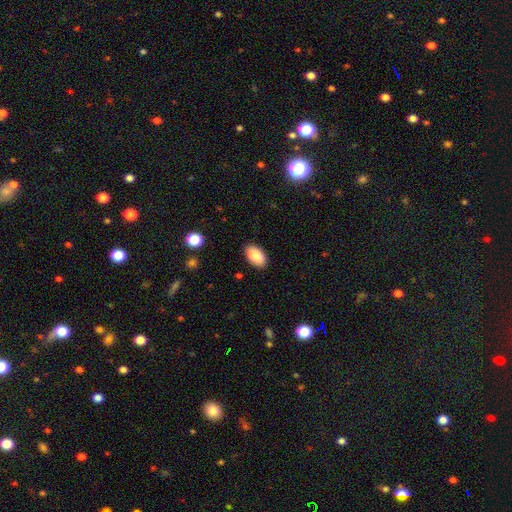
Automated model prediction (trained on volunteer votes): Smooth or featured?
  - smooth: 88% *
  - star or artifact: 7%
  - featured or disk: 5%
How rounded?
  - in between: 94% *
  - round: 4%
  - cigar-shaped: 1%
Merging?
  - none: 88% *
  - minor disturbance: 9%
  - major disturbance: 2%
  - merger: 1%